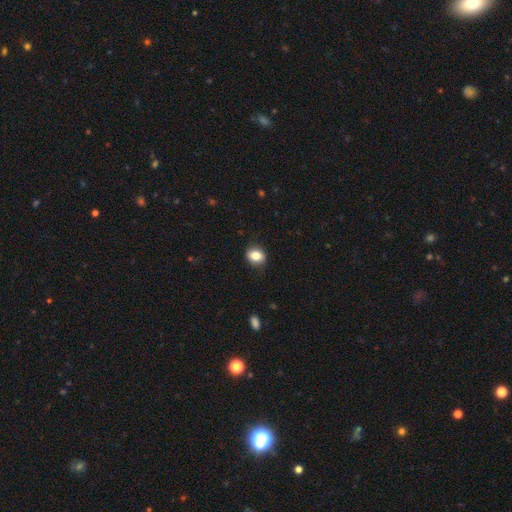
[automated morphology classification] smooth 83%, star or artifact 9%, featured or disk 8%. Down the decision tree: how rounded — round (52%); merging — none (85%).